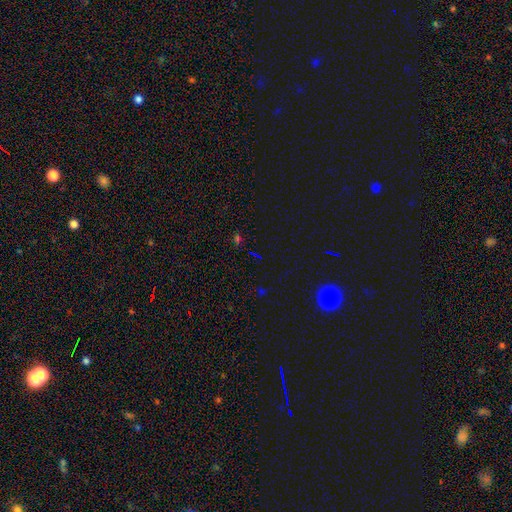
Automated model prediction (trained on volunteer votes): smooth-or-featured: star or artifact: 70% | smooth: 21% | featured or disk: 9%